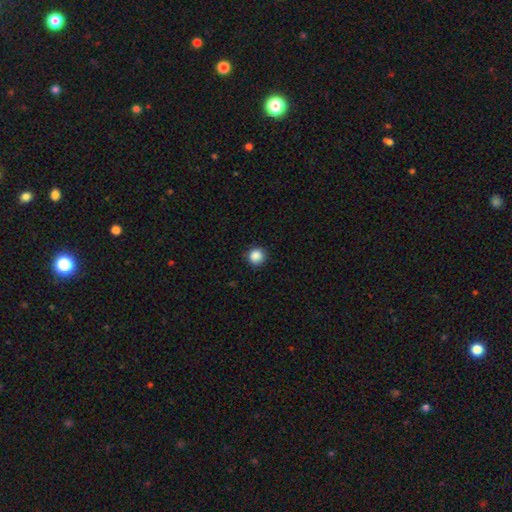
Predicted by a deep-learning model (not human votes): Smooth or featured? smooth (88%)
How rounded? round (93%)
Merging? none (89%)